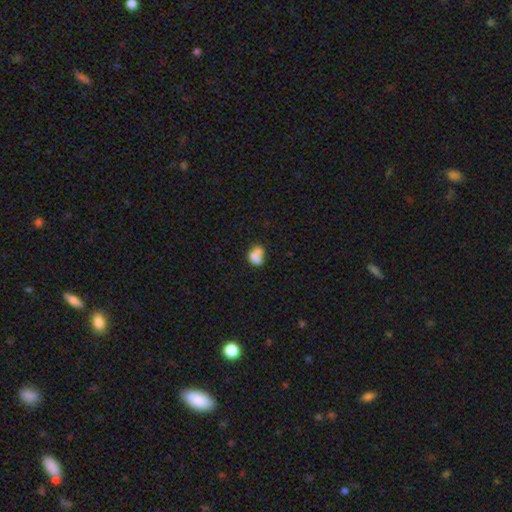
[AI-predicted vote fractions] Smooth or featured?
  - smooth: 72% *
  - featured or disk: 18%
  - star or artifact: 9%
How rounded?
  - in between: 65% *
  - round: 33%
  - cigar-shaped: 2%
Merging?
  - merger: 44% *
  - none: 28%
  - minor disturbance: 18%
  - major disturbance: 10%